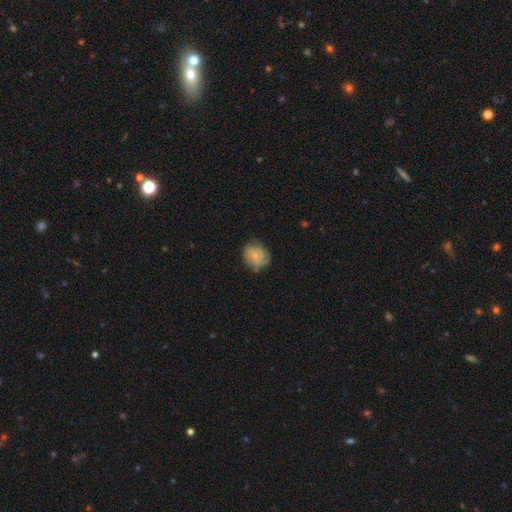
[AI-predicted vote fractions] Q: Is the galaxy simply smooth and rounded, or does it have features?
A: smooth — 51%.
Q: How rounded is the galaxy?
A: round — 65%.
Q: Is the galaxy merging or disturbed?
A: none — 67%.